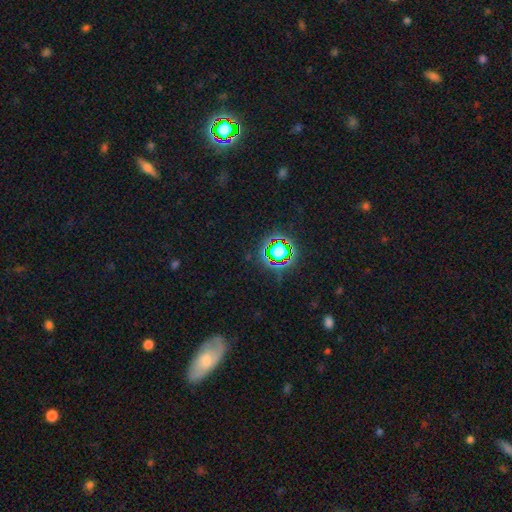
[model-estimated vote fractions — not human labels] This is possibly a star or artifact rather than a galaxy (59%).